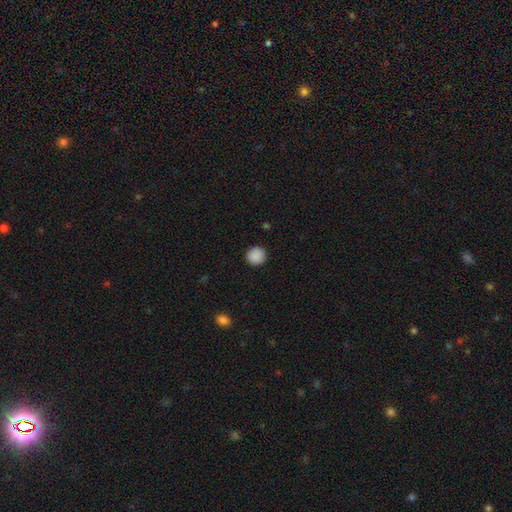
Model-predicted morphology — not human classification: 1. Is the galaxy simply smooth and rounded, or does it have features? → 89% smooth, 9% star or artifact, 2% featured or disk.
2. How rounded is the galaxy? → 94% round, 5% in between, 1% cigar-shaped.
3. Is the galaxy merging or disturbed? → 92% none, 6% minor disturbance, 2% major disturbance, 1% merger.